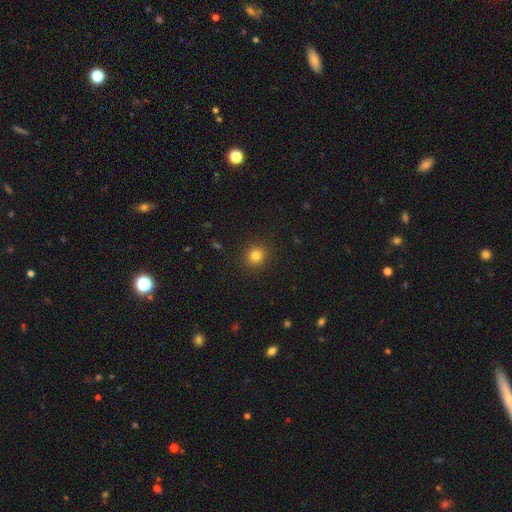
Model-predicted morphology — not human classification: The model was most divided on "smooth or featured": smooth: 82%, star or artifact: 13%, featured or disk: 5%. More confident: merging — none (91%); how rounded — round (88%).